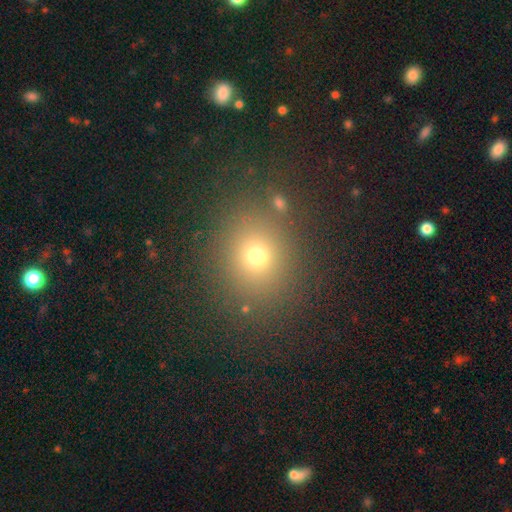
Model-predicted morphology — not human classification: smooth-or-featured: smooth: 68% | star or artifact: 23% | featured or disk: 9%
  how-rounded: round: 75% | in between: 24% | cigar-shaped: 1%
  merging: none: 85% | minor disturbance: 8% | major disturbance: 4% | merger: 3%